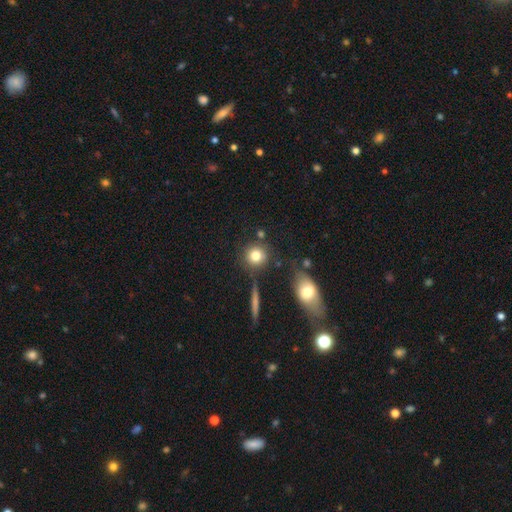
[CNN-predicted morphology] This appears to be a smooth galaxy with no disk features (79%) that is round (88%). Merging: none (77%).